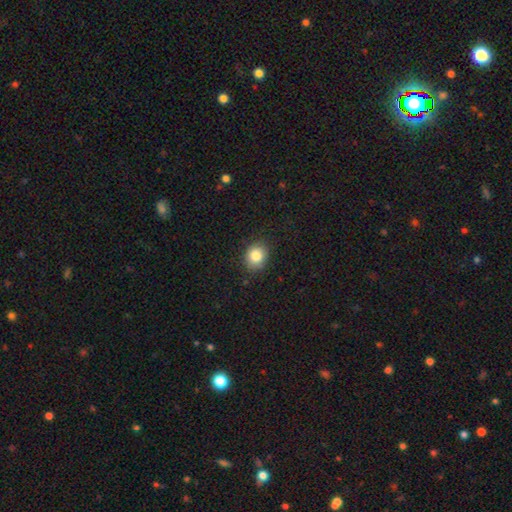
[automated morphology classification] type=smooth (83%); roundness=round (64%); merging=none (87%).